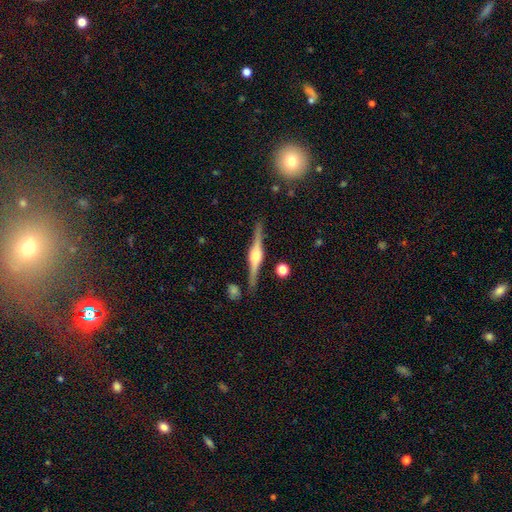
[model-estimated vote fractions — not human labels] Overall: featured or disk (85%). Edge-on disk: yes (98%). Edge-on bulge: rounded (89%). Merging: none (89%).